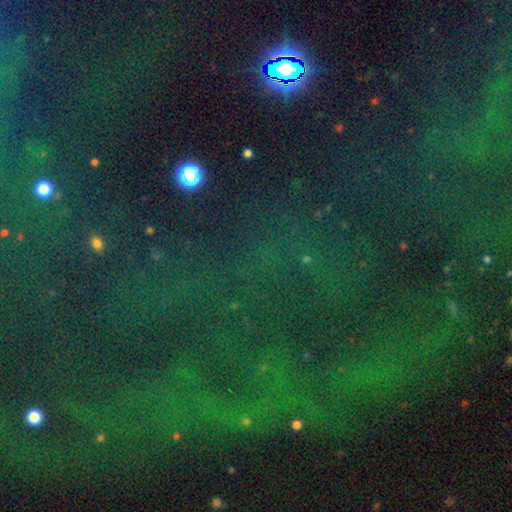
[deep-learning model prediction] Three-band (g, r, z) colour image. It shows a star or artifact, not a galaxy (81%).